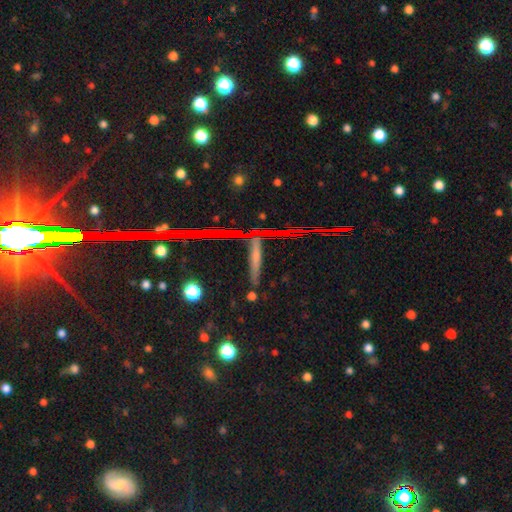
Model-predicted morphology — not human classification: featured or disk 40%, smooth 34%, star or artifact 26%. Down the decision tree: merging — none (80%).